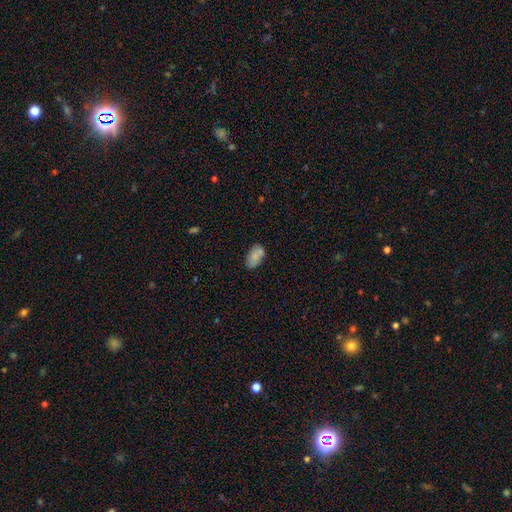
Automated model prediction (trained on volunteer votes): Morphology: type=smooth (79%); roundness=in between (93%); merging=none (60%).